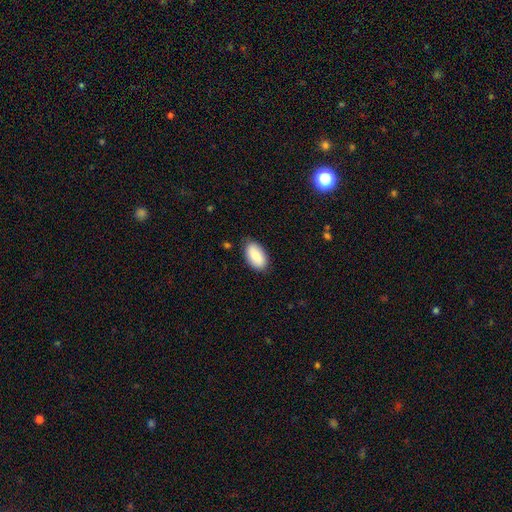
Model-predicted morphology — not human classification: Smooth or featured?
  - smooth: 83% *
  - featured or disk: 11%
  - star or artifact: 6%
How rounded?
  - in between: 95% *
  - round: 3%
  - cigar-shaped: 2%
Merging?
  - none: 82% *
  - minor disturbance: 14%
  - major disturbance: 3%
  - merger: 1%